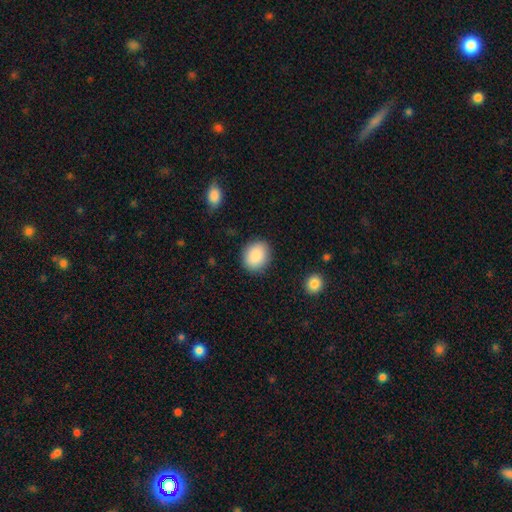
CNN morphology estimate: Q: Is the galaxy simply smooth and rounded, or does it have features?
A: smooth — 89%.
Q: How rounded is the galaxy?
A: round — 58%.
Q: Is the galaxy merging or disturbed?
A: none — 87%.